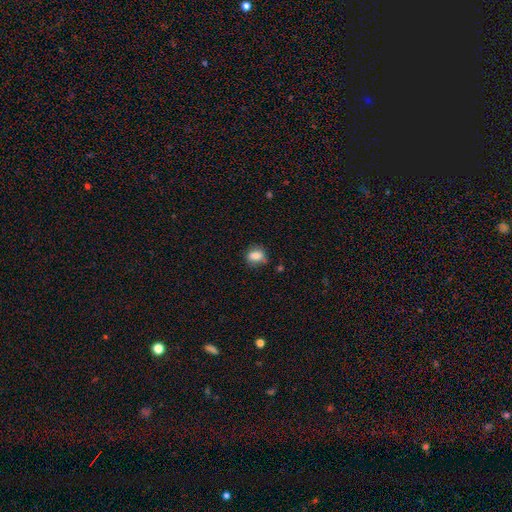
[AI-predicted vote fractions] A smooth galaxy with no disk features (78%) that is in between round and cigar-shaped (58%).

Vote fractions:
- Smooth or featured? smooth: 78% / featured or disk: 13% / star or artifact: 9%
- How rounded? in between: 58% / round: 39% / cigar-shaped: 3%
- Merging? none: 66% / minor disturbance: 23% / major disturbance: 6% / merger: 4%